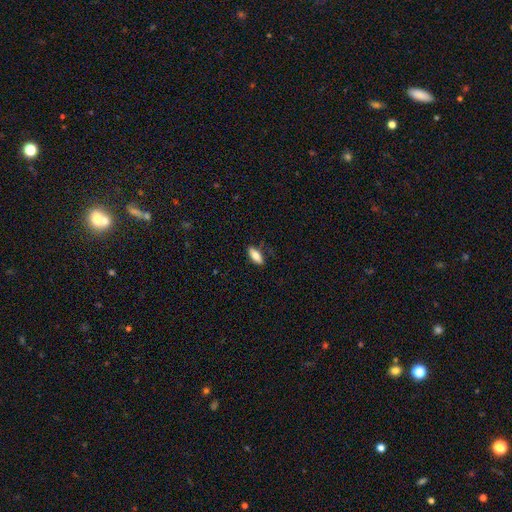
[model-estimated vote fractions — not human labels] Smooth or featured? smooth (79%)
How rounded? in between (76%)
Merging? none (81%)